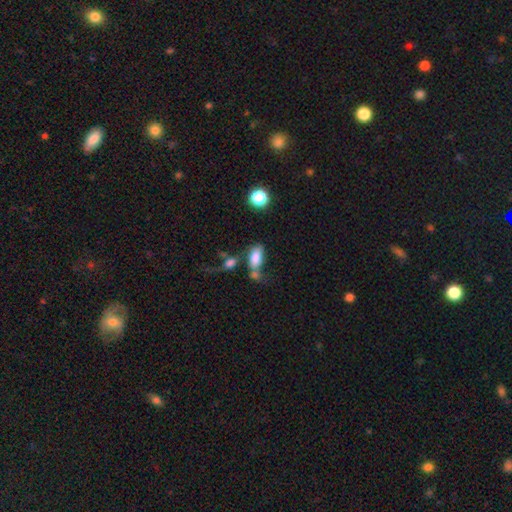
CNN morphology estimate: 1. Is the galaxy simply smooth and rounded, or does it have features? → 78% smooth, 13% featured or disk, 9% star or artifact.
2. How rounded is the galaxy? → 90% in between, 6% round, 4% cigar-shaped.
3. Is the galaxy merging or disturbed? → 37% merger, 32% none, 16% major disturbance, 15% minor disturbance.